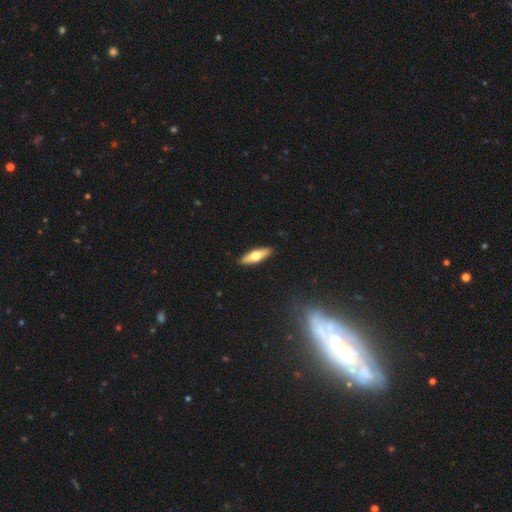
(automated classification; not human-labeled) Smooth or featured: smooth — 55% (featured or disk — 40%)
How rounded: cigar-shaped — 57% (in between — 41%)
Merging: none — 90% (minor disturbance — 7%)